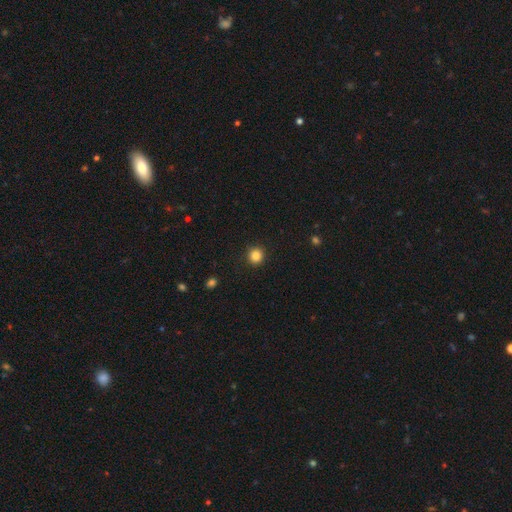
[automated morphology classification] Overall: smooth (84%). How rounded: round (92%). Merging: none (91%).